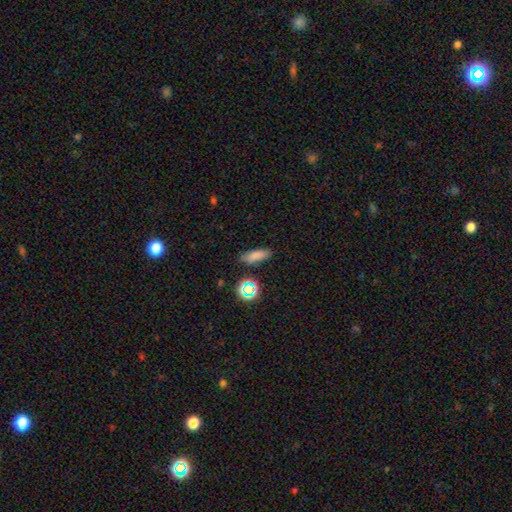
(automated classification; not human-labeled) Overall: smooth (77%). How rounded: in between (55%; cigar-shaped 39%). Merging: none (81%).